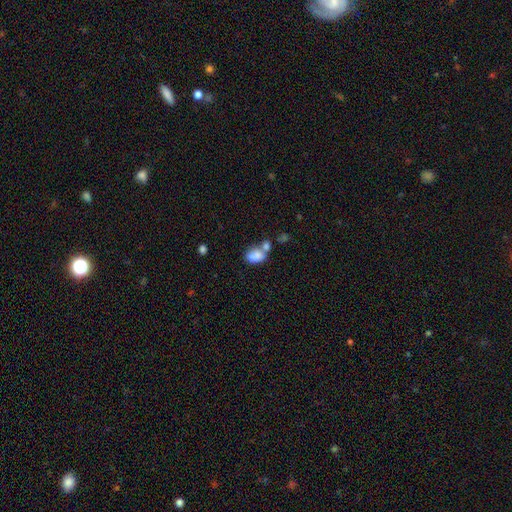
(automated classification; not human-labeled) A smooth galaxy with no disk features (76%) that is in between round and cigar-shaped (80%). Merging: merger (52%).